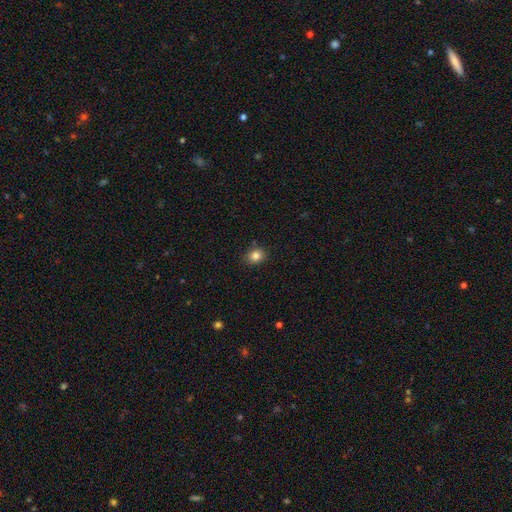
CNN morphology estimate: type=smooth (84%); roundness=round (66%); merging=none (86%).